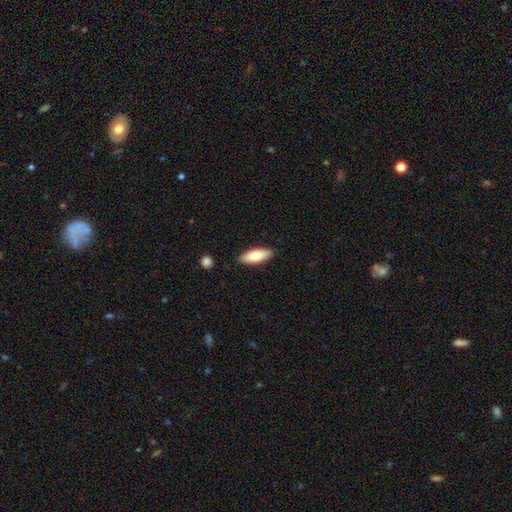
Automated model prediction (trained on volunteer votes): Overall: smooth (77%). How rounded: in between (68%; cigar-shaped 30%). Merging: none (87%).